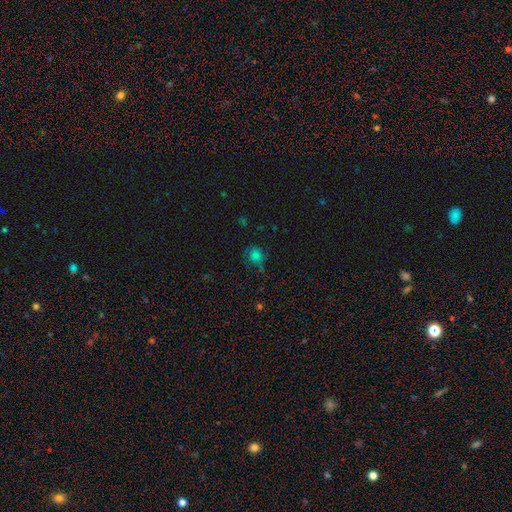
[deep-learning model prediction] smooth-or-featured: smooth: 74% | star or artifact: 17% | featured or disk: 9%
  how-rounded: round: 80% | in between: 19% | cigar-shaped: 1%
  merging: none: 58% | minor disturbance: 27% | major disturbance: 12% | merger: 3%